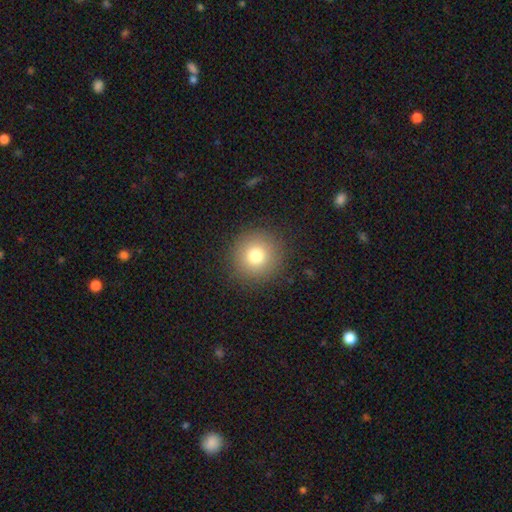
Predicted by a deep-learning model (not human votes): smooth_or_featured: smooth (p=0.78) [alt: star or artifact p=0.12]
how_rounded: round (p=0.95) [alt: in between p=0.04]
merging: none (p=0.90) [alt: minor disturbance p=0.06]